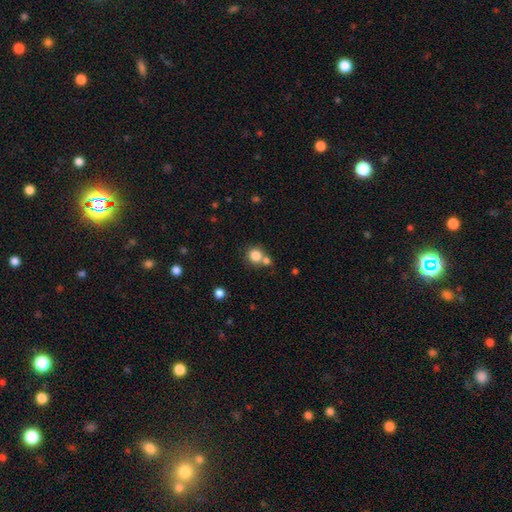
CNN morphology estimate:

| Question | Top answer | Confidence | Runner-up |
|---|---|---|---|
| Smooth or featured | smooth | 82% | star or artifact (11%) |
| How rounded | round | 86% | in between (13%) |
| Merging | none | 56% | merger (31%) |